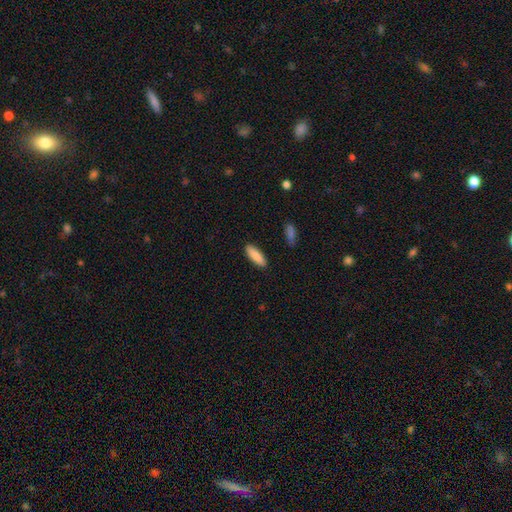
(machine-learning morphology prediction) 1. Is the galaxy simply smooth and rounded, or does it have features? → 87% smooth, 7% featured or disk, 6% star or artifact.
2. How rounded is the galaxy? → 51% in between, 47% cigar-shaped, 2% round.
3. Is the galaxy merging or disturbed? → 89% none, 8% minor disturbance, 2% major disturbance, 1% merger.